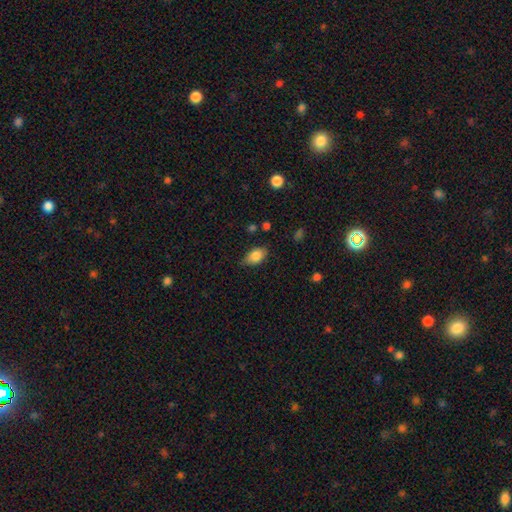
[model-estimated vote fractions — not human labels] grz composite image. It shows a smooth galaxy with no disk features (82%) that is in between round and cigar-shaped (86%). Merging: none (69%).